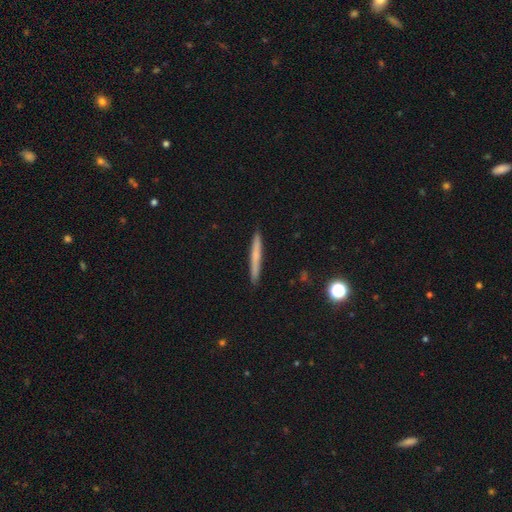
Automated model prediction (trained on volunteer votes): This is possibly a smooth galaxy (59%). How rounded: clearly cigar-shaped (96%). Merging: clearly none (92%).